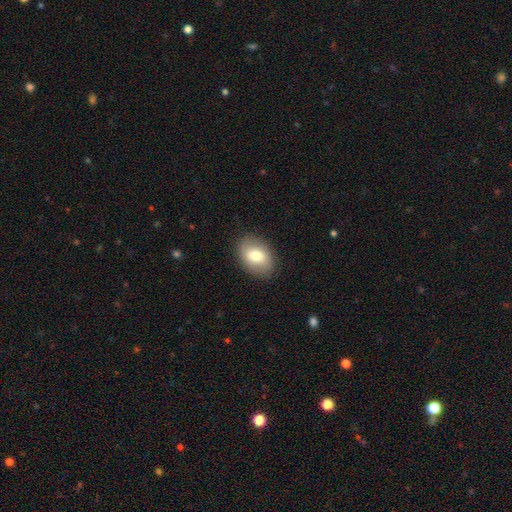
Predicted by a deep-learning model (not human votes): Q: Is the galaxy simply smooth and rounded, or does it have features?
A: smooth — 74%.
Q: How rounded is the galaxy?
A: in between — 77%.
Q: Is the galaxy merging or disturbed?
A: none — 86%.